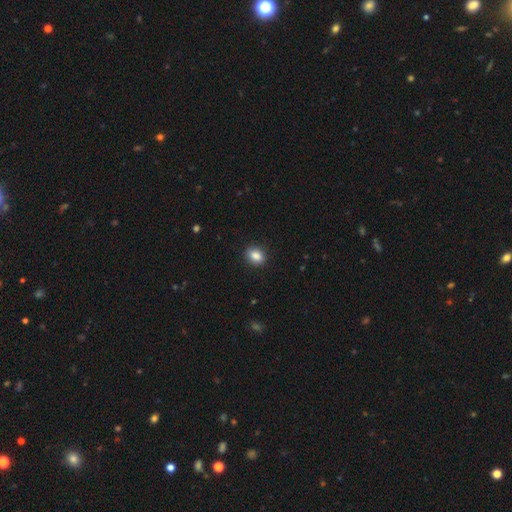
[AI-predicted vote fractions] Overall: smooth (87%). How rounded: in between (66%; round 33%). Merging: none (88%).